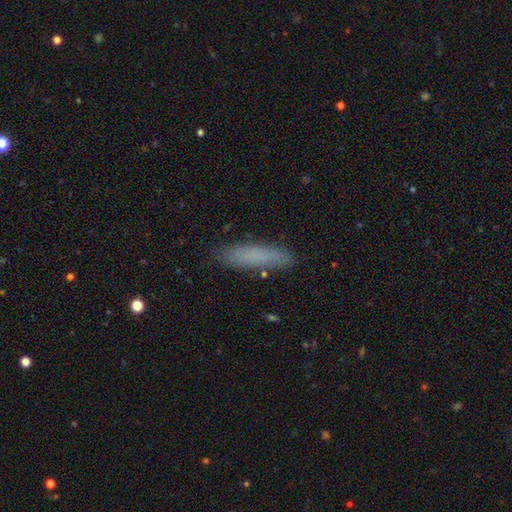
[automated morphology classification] smooth 77%, featured or disk 14%, star or artifact 8%. Down the decision tree: how rounded — cigar-shaped (82%); merging — none (85%).